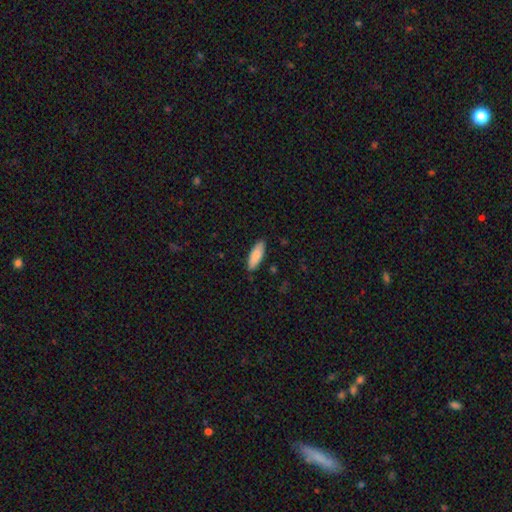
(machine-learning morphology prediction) smooth-or-featured: smooth: 87% | featured or disk: 8% | star or artifact: 6%
  how-rounded: in between: 65% | cigar-shaped: 33% | round: 1%
  merging: none: 88% | minor disturbance: 9% | major disturbance: 2% | merger: 1%